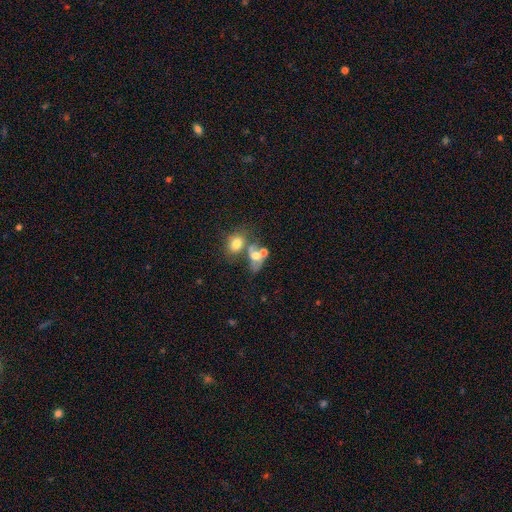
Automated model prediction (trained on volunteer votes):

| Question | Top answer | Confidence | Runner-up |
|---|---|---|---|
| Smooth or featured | smooth | 59% | featured or disk (28%) |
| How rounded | in between | 67% | round (31%) |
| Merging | merger | 55% | none (22%) |